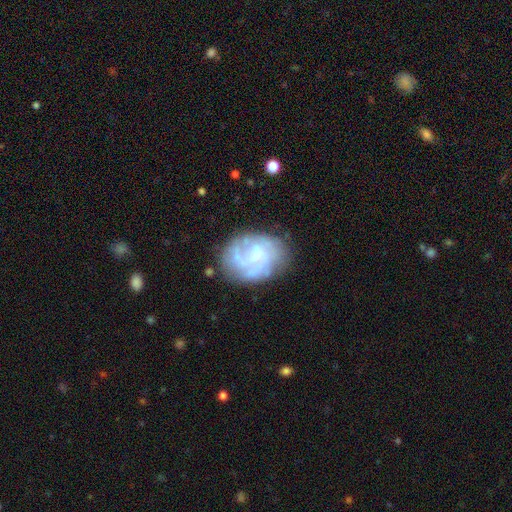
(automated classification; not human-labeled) Smooth or featured? Predicted: featured or disk (p=0.70). Edge-on disk? Predicted: no (p=0.98). Bar? Predicted: no (p=0.61). Spiral arms? Predicted: yes (p=0.80). Spiral winding? Predicted: tight (p=0.51). Spiral arm count? Predicted: can't tell (p=0.44). Bulge size? Predicted: small (p=0.48). Merging? Predicted: none (p=0.66).